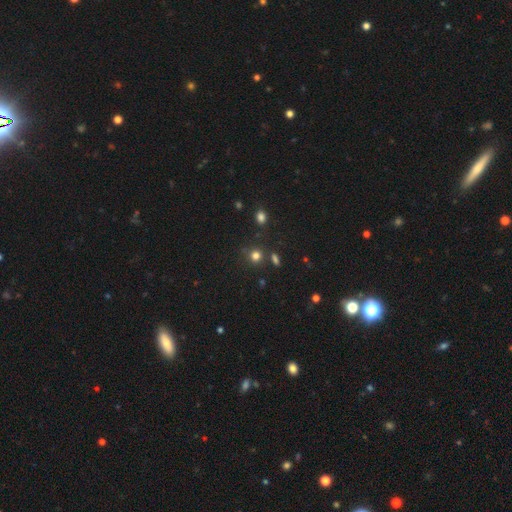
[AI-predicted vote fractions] A smooth galaxy with no disk features (75%) that is round (86%).

Vote fractions:
- Smooth or featured? smooth: 75% / star or artifact: 19% / featured or disk: 6%
- How rounded? round: 86% / in between: 13% / cigar-shaped: 1%
- Merging? none: 77% / minor disturbance: 10% / merger: 9% / major disturbance: 4%